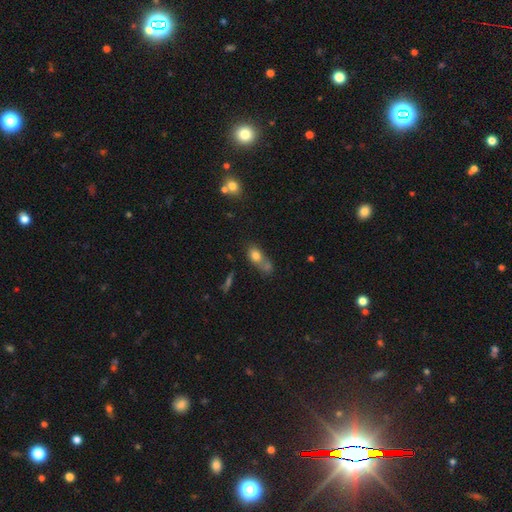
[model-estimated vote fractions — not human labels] Smooth or featured? smooth (77%)
How rounded? in between (67%)
Merging? merger (47%)